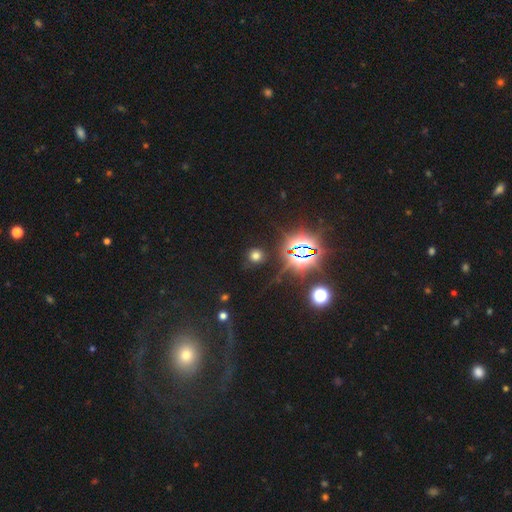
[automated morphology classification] A smooth galaxy with no disk features (57%) that is round (90%). Merging: none (86%).